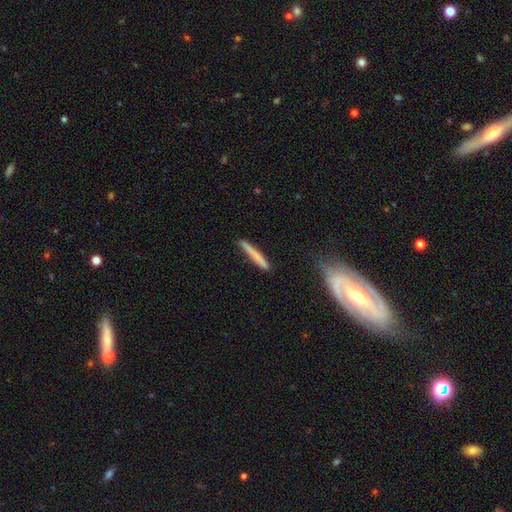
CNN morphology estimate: The model was most divided on "smooth or featured": smooth: 70%, featured or disk: 24%, star or artifact: 6%. More confident: how rounded — cigar-shaped (95%); merging — none (84%).